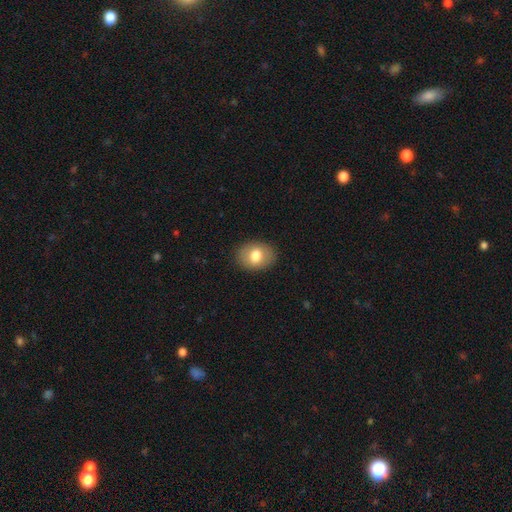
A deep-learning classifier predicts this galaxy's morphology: Smooth or featured: smooth — 77% (featured or disk — 15%)
How rounded: in between — 65% (round — 34%)
Merging: none — 88% (minor disturbance — 8%)